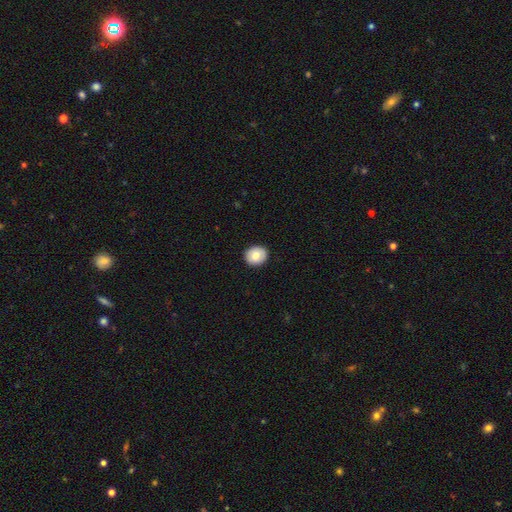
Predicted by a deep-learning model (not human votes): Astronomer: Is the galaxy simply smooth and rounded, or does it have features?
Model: smooth — 77%.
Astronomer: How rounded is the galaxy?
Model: round — 75%.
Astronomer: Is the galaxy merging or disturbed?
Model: none — 91%.